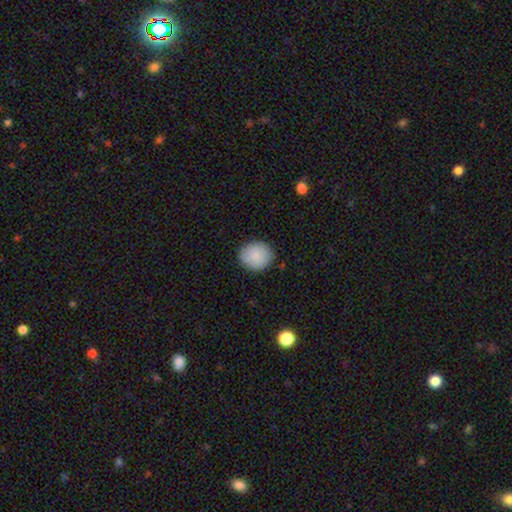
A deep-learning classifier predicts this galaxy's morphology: Overall: smooth (88%). How rounded: round (72%). Merging: none (86%).